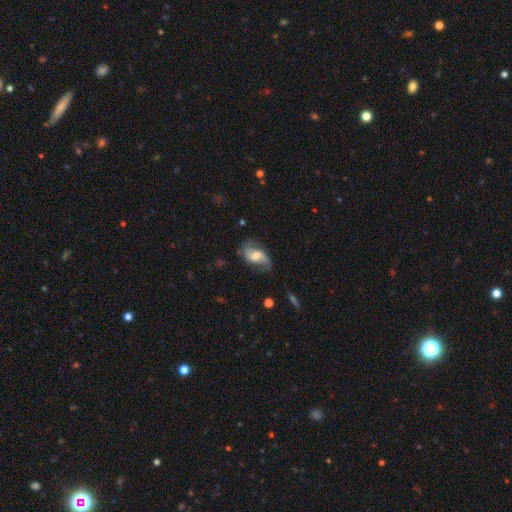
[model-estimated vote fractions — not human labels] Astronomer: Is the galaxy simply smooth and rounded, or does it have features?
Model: featured or disk — 77%.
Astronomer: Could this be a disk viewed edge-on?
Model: no — 96%.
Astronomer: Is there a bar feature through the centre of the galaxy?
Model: weak — 49% (runner-up: no, 32%).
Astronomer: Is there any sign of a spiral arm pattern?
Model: yes — 93%.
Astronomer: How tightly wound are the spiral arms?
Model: loose — 63%.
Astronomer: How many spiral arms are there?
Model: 2 — 88%.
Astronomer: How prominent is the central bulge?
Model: moderate — 48% (runner-up: small, 33%).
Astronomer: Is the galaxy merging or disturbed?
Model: none — 64%.